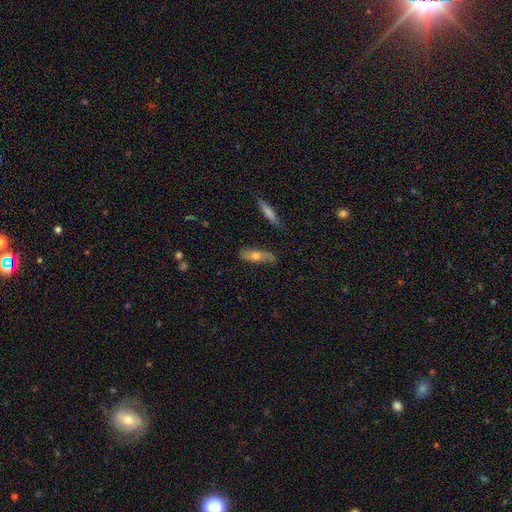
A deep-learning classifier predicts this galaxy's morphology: type=smooth (56%); roundness=cigar-shaped (49%); merging=none (73%).